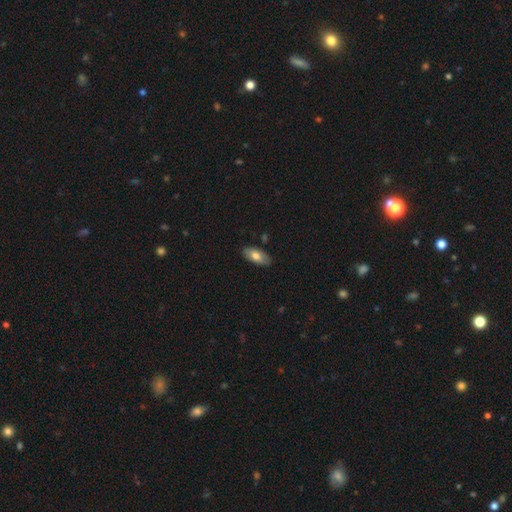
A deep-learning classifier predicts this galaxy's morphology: smooth_or_featured: smooth (p=0.71) [alt: featured or disk p=0.23]
how_rounded: in between (p=0.91) [alt: cigar-shaped p=0.07]
merging: none (p=0.86) [alt: minor disturbance p=0.11]